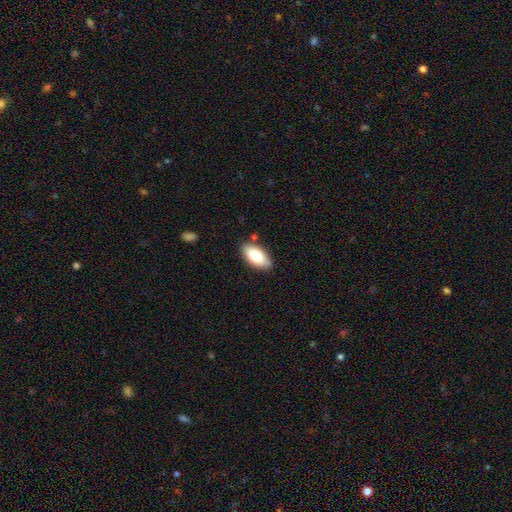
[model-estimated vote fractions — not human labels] smooth-or-featured: smooth: 75% | featured or disk: 18% | star or artifact: 7%
  how-rounded: in between: 93% | cigar-shaped: 4% | round: 3%
  merging: none: 84% | minor disturbance: 12% | major disturbance: 2% | merger: 2%